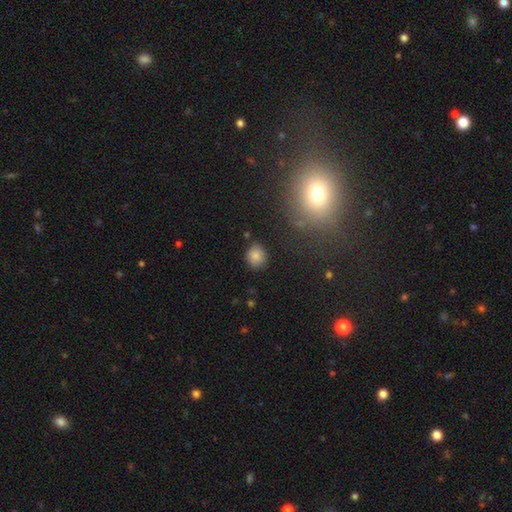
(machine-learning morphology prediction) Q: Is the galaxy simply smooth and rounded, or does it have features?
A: smooth — 80%.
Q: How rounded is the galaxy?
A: round — 73%.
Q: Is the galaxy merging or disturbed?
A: none — 80%.